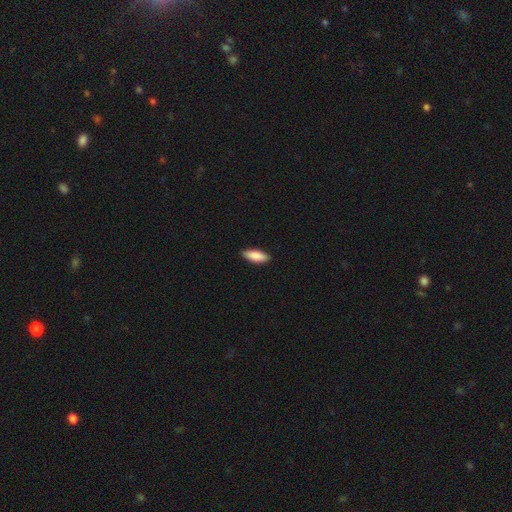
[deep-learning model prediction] smooth-or-featured: smooth: 87% | featured or disk: 8% | star or artifact: 5%
  how-rounded: in between: 71% | cigar-shaped: 27% | round: 2%
  merging: none: 90% | minor disturbance: 7% | major disturbance: 1% | merger: 1%